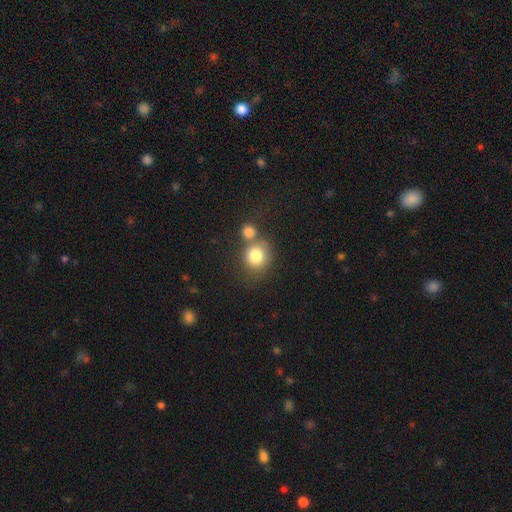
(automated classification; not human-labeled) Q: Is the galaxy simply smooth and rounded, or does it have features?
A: smooth — 80%.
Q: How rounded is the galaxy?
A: round — 84%.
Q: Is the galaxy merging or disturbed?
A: none — 51%.